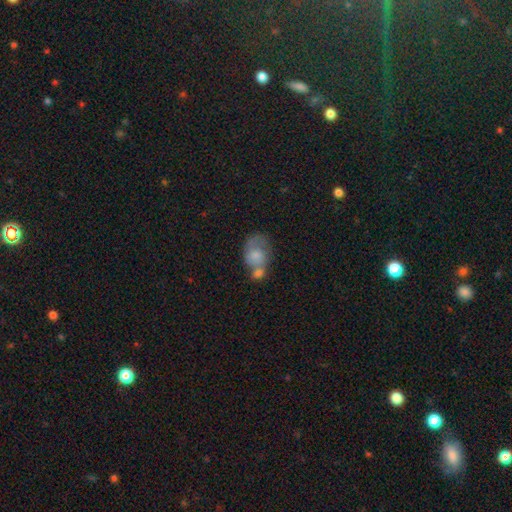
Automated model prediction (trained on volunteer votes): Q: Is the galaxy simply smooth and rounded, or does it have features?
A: smooth — 63%.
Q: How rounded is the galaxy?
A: in between — 71%.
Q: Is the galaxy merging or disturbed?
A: merger — 48%.